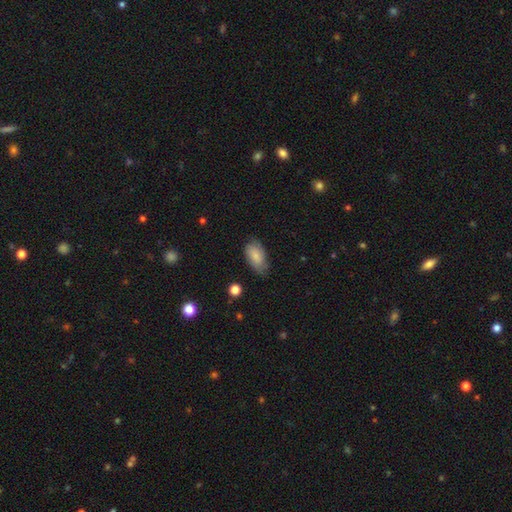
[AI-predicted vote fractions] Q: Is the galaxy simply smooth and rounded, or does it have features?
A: smooth — 79%.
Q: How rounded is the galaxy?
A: in between — 92%.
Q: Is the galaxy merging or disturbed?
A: none — 67%.